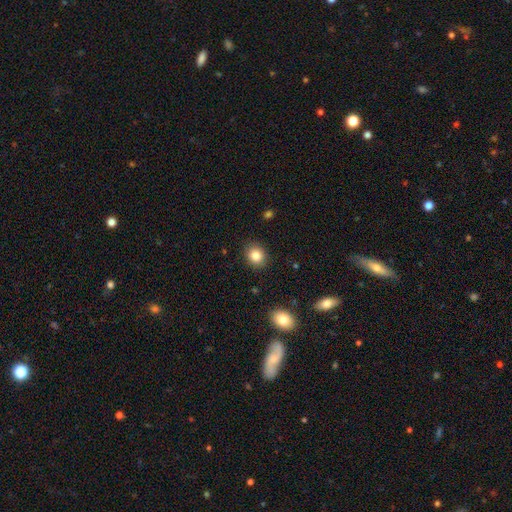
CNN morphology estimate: A smooth galaxy with no disk features (85%) that is round (68%).

Vote fractions:
- Smooth or featured? smooth: 85% / star or artifact: 10% / featured or disk: 5%
- How rounded? round: 68% / in between: 31% / cigar-shaped: 1%
- Merging? none: 88% / minor disturbance: 8% / major disturbance: 2% / merger: 1%